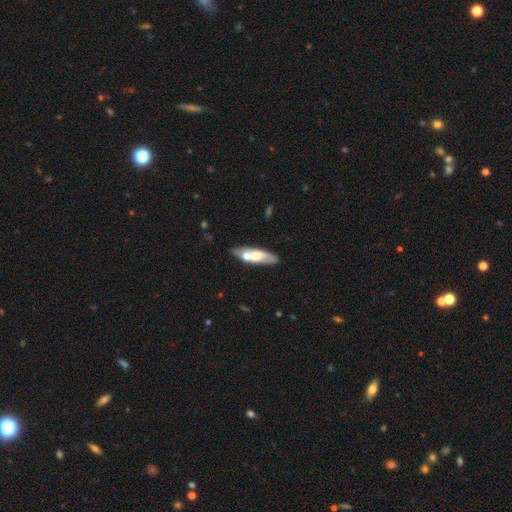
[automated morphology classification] A smooth galaxy with no disk features (54%) that is cigar-shaped (50%).

Vote fractions:
- Smooth or featured? smooth: 54% / featured or disk: 40% / star or artifact: 6%
- How rounded? cigar-shaped: 50% / in between: 48% / round: 2%
- Merging? none: 60% / merger: 19% / minor disturbance: 16% / major disturbance: 4%